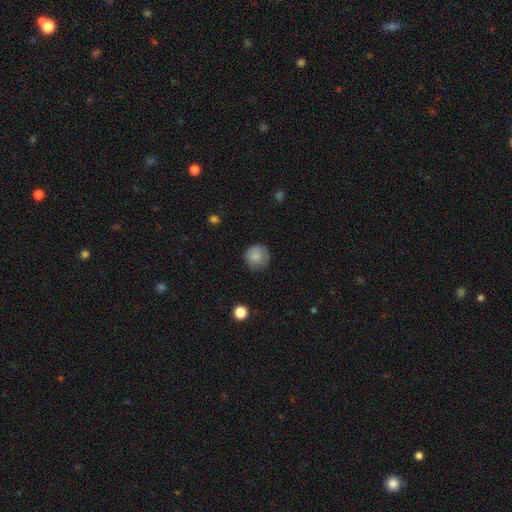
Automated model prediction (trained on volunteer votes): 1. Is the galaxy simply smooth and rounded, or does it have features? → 83% smooth, 9% featured or disk, 8% star or artifact.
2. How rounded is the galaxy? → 93% round, 6% in between, 1% cigar-shaped.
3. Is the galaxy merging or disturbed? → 77% none, 17% minor disturbance, 4% major disturbance, 1% merger.